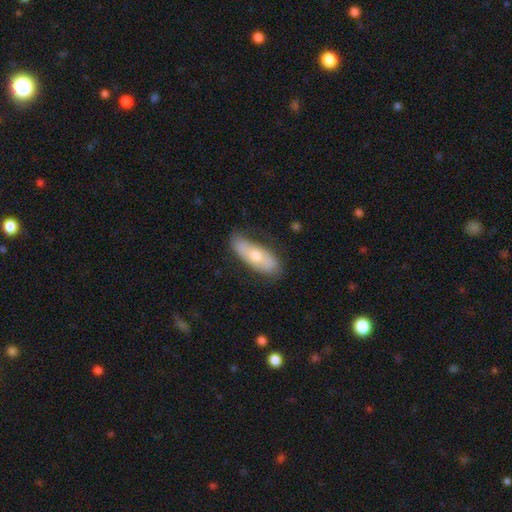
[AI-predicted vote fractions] smooth-or-featured: smooth: 56% | featured or disk: 38% | star or artifact: 6%
  how-rounded: in between: 67% | cigar-shaped: 30% | round: 3%
  merging: none: 71% | minor disturbance: 22% | major disturbance: 5% | merger: 2%